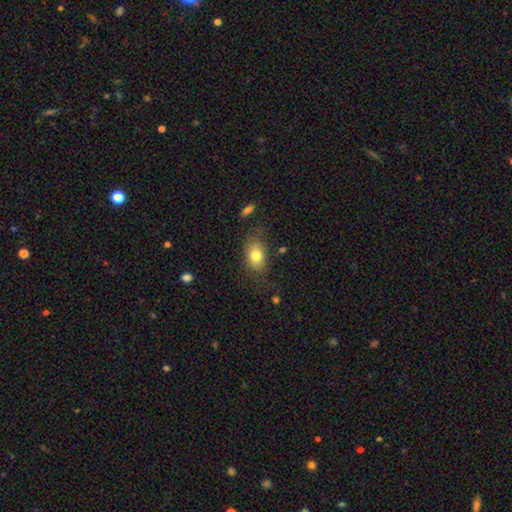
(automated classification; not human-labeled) A smooth galaxy with no disk features (78%) that is in between round and cigar-shaped (84%).

Vote fractions:
- Smooth or featured? smooth: 78% / featured or disk: 13% / star or artifact: 8%
- How rounded? in between: 84% / round: 14% / cigar-shaped: 2%
- Merging? none: 73% / minor disturbance: 18% / major disturbance: 7% / merger: 2%